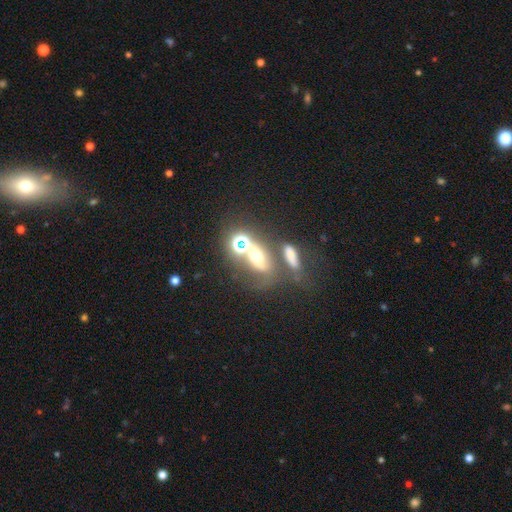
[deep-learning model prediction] Q: Smooth or featured?
A: smooth (44%); runner-up: star or artifact (29%)
Q: Merging?
A: none (39%); runner-up: merger (34%)